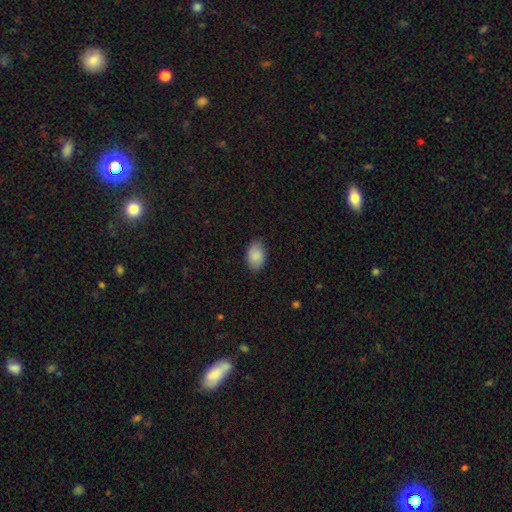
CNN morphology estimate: Smooth or featured? Predicted: smooth (p=0.89). How rounded? Predicted: in between (p=0.88). Merging? Predicted: none (p=0.83).